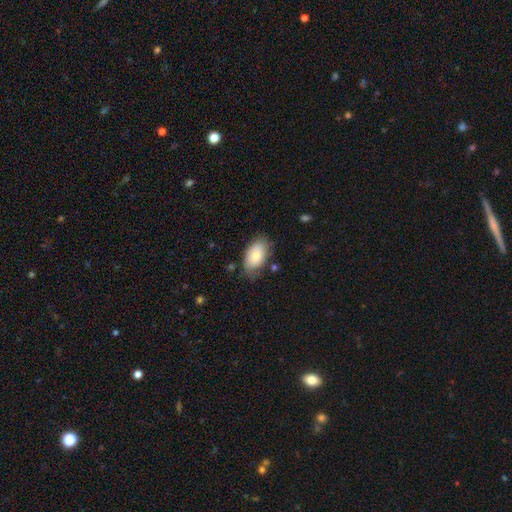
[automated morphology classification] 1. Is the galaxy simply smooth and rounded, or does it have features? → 75% smooth, 18% featured or disk, 7% star or artifact.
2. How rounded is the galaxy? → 93% in between, 5% round, 1% cigar-shaped.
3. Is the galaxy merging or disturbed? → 67% none, 24% minor disturbance, 6% major disturbance, 2% merger.